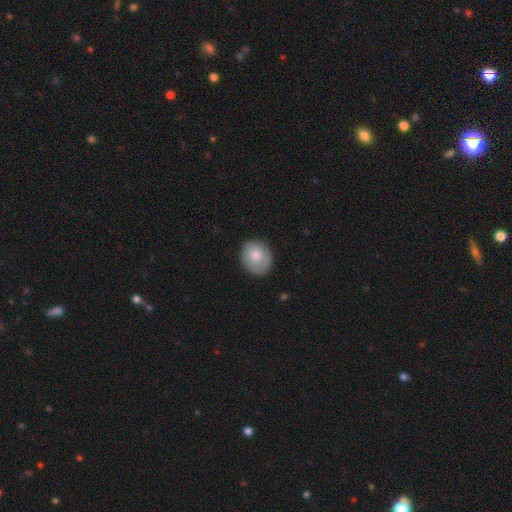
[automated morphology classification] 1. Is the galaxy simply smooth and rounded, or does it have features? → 80% smooth, 14% featured or disk, 6% star or artifact.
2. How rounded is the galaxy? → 70% round, 29% in between, 1% cigar-shaped.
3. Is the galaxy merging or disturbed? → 80% none, 15% minor disturbance, 3% major disturbance, 1% merger.